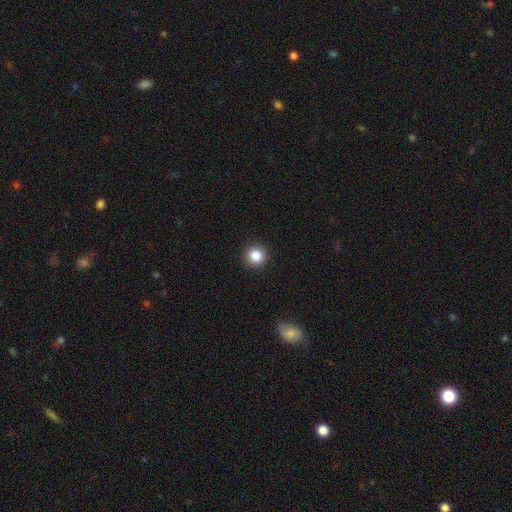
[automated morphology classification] A smooth galaxy with no disk features (85%) that is round (94%). Merging: none (93%).